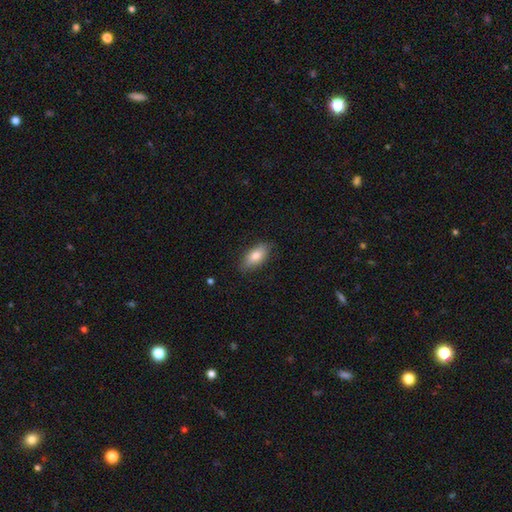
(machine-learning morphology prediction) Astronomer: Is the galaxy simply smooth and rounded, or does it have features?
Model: smooth — 79%.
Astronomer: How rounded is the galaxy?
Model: in between — 86%.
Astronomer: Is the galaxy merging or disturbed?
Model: none — 82%.